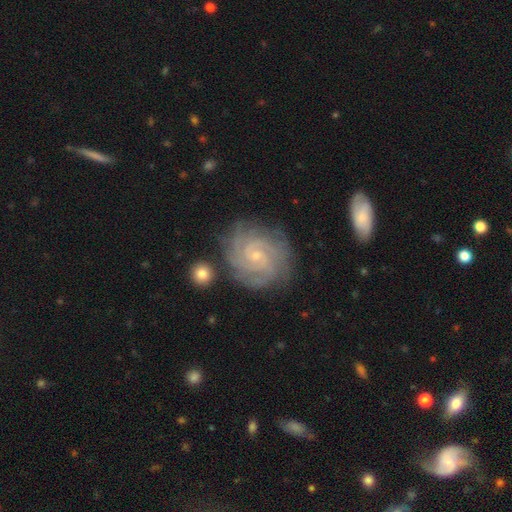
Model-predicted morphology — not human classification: A featured or disk galaxy (87%) with no bar (62%), 3 (24%, tied with 4) tight (76%) spiral arms (98%) and a small central bulge (81%).

Vote fractions:
- Smooth or featured? featured or disk: 87% / smooth: 7% / star or artifact: 6%
- Edge-on disk? no: 98% / yes: 2%
- Bar? no: 62% / weak: 31% / strong: 7%
- Spiral arms? yes: 98% / no: 2%
- Spiral winding? tight: 76% / medium: 21% / loose: 4%
- Spiral arm count? 3: 24% (tied) / 4: 24% (tied) / can't tell: 20% / 2: 18% / more than 4: 8% / 1: 6%
- Bulge size? small: 81% / moderate: 15% / none: 2% / large: 1% / dominant: 1%
- Merging? none: 79% / minor disturbance: 14% / major disturbance: 4% / merger: 3%